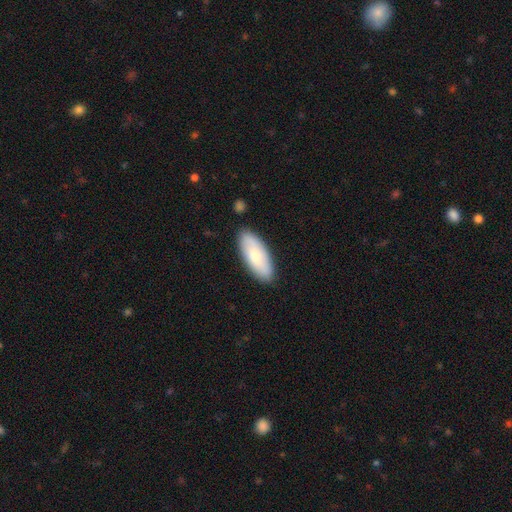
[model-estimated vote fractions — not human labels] This appears to be a smooth galaxy with no disk features (68%) that is in between round and cigar-shaped (82%). Merging: none (85%).